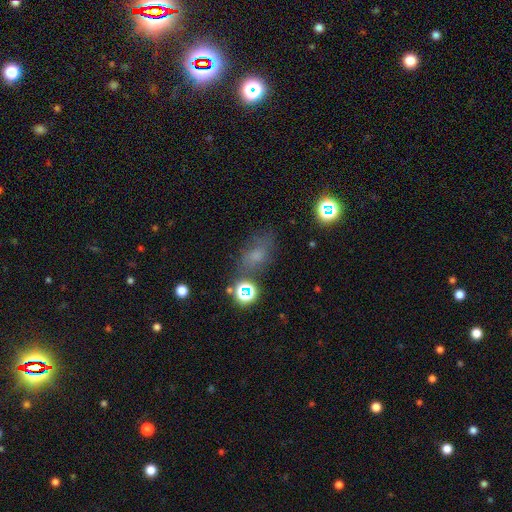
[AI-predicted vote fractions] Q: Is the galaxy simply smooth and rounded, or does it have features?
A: smooth — 57%.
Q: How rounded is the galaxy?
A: in between — 73%.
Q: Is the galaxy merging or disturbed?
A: none — 57%.